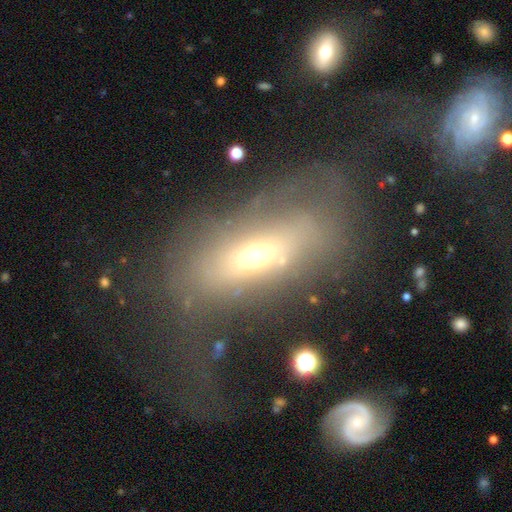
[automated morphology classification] Overall: featured or disk (45%; smooth 43%). Merging: major disturbance (41%; none 33%).